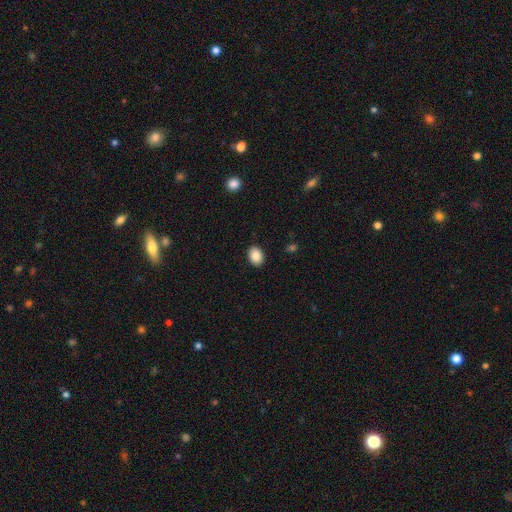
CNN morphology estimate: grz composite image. It shows a smooth galaxy with no disk features (89%) that is in between round and cigar-shaped (69%). Merging: none (90%).